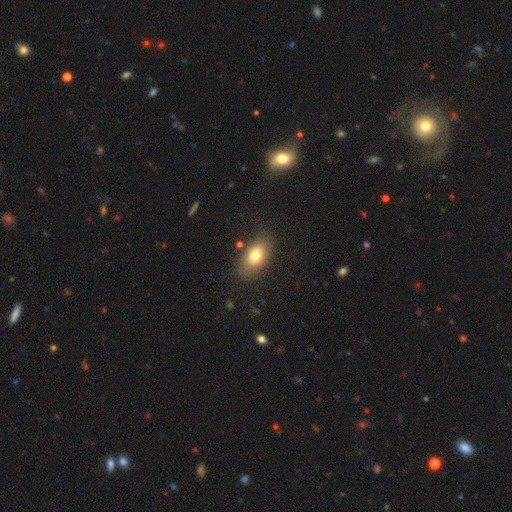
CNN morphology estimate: Smooth or featured? Predicted: smooth (p=0.75). How rounded? Predicted: in between (p=0.85). Merging? Predicted: none (p=0.81).